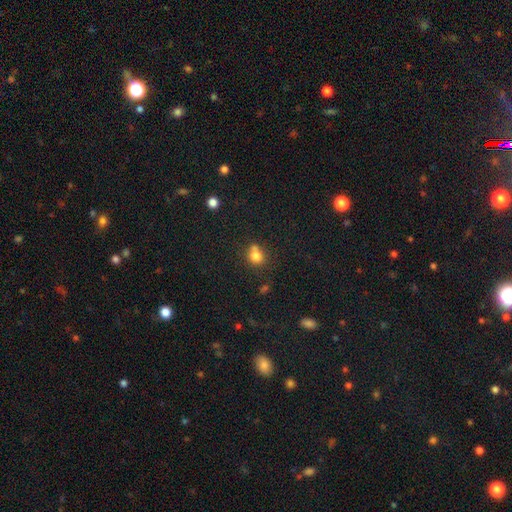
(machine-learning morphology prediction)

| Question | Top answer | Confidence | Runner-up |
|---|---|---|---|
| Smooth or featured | smooth | 78% | star or artifact (13%) |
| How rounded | round | 73% | in between (26%) |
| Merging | none | 49% | merger (33%) |